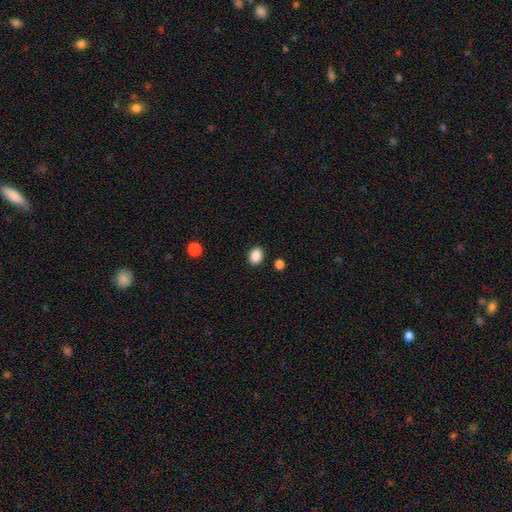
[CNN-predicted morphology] type=smooth (88%); roundness=in between (64%); merging=none (87%).